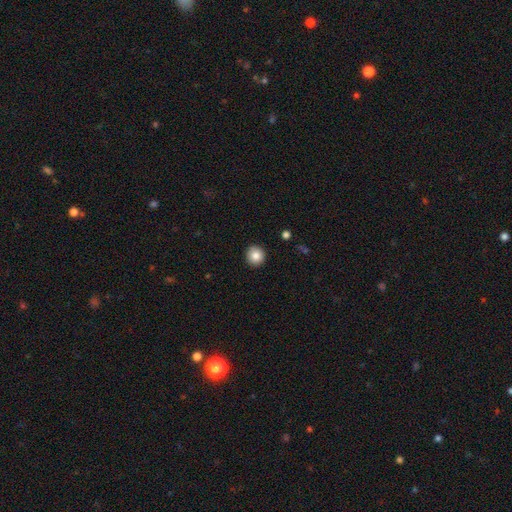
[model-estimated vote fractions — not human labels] Morphology: type=smooth (84%); roundness=round (93%); merging=none (92%).